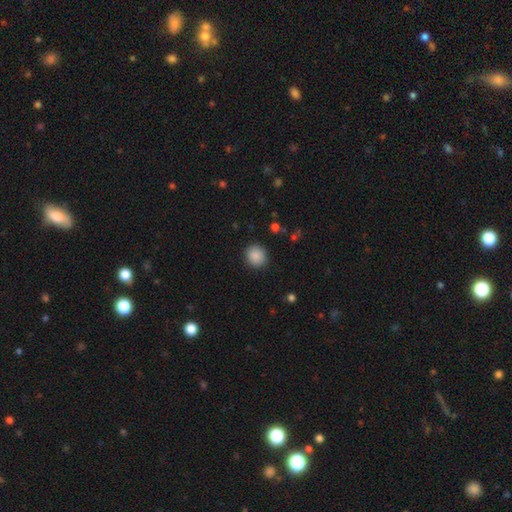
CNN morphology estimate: A smooth galaxy with no disk features (88%) that is round (84%). Merging: none (90%).